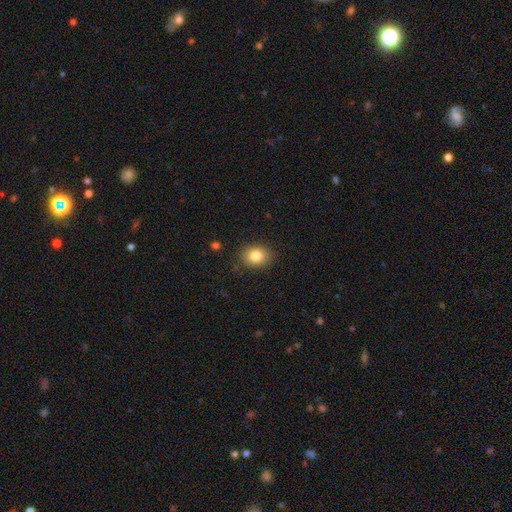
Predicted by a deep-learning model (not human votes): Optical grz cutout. It shows a smooth galaxy with no disk features (82%) that is in between round and cigar-shaped (51%). Merging: none (87%).